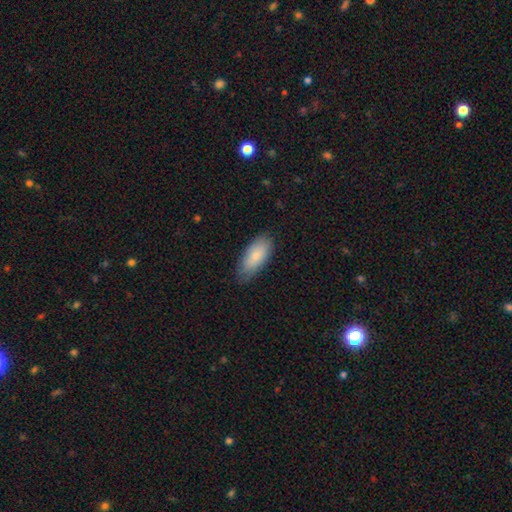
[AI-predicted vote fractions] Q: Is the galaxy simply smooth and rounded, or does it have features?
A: smooth — 83%.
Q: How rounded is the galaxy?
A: in between — 86%.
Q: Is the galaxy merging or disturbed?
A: none — 77%.